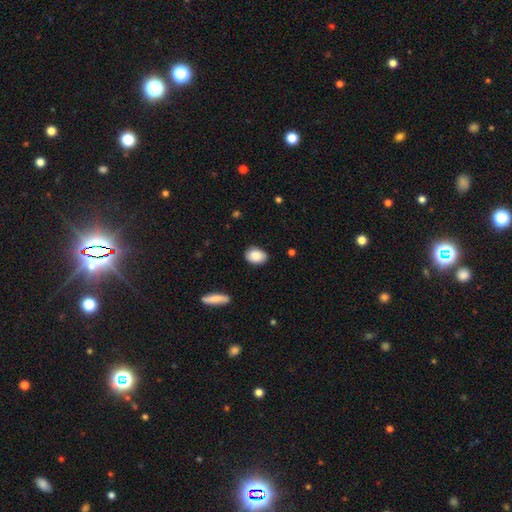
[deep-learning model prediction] Overall: smooth (87%). How rounded: in between (78%). Merging: none (84%).